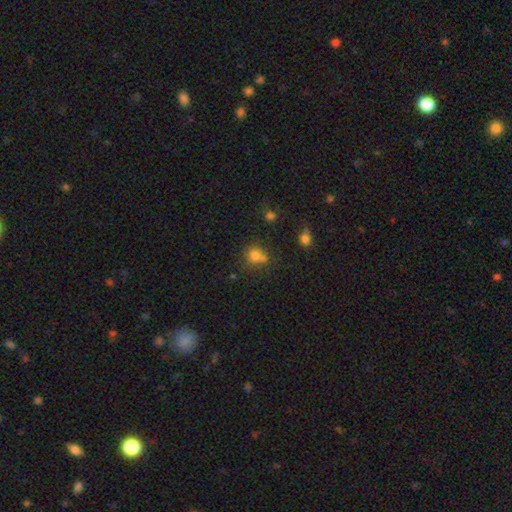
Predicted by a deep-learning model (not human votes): Overall: smooth (76%). How rounded: round (81%). Merging: none (52%; merger 29%).